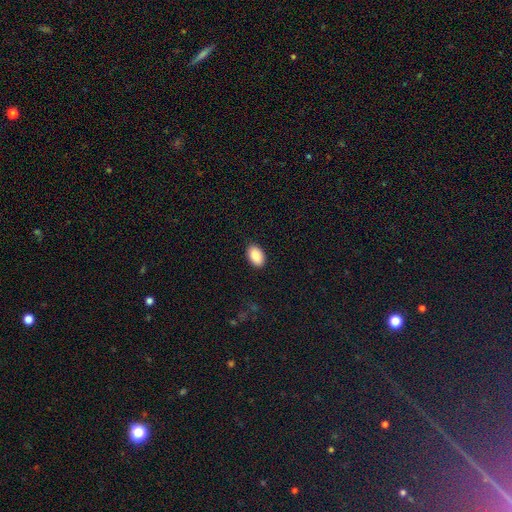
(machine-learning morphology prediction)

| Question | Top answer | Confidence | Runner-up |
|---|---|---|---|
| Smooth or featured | smooth | 90% | star or artifact (7%) |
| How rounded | in between | 92% | round (6%) |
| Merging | none | 89% | minor disturbance (8%) |